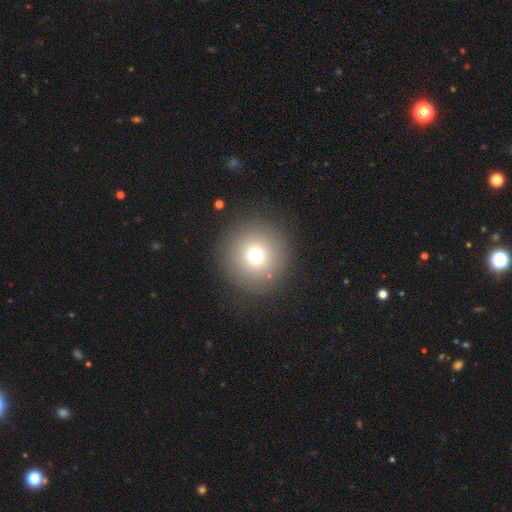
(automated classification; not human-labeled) Q: Smooth or featured?
A: smooth (73%); runner-up: star or artifact (16%)
Q: How rounded?
A: round (96%); runner-up: in between (3%)
Q: Merging?
A: none (89%); runner-up: minor disturbance (6%)